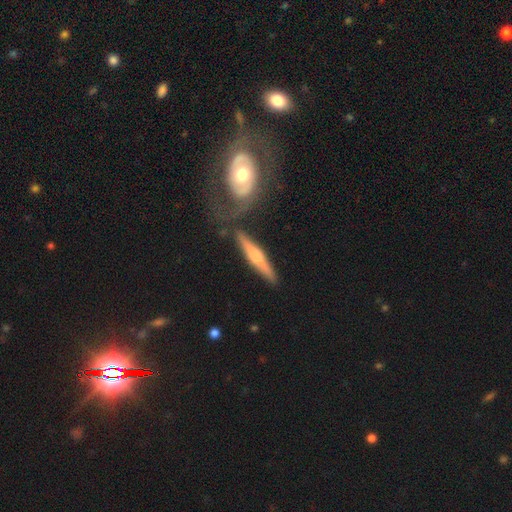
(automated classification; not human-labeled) smooth-or-featured: featured or disk: 56% | smooth: 39% | star or artifact: 6%
  disk-edge-on: yes: 93% | no: 7%
    edge-on-bulge: rounded: 75% | none: 15% | boxy: 10%
  merging: none: 75% | minor disturbance: 13% | merger: 8% | major disturbance: 4%